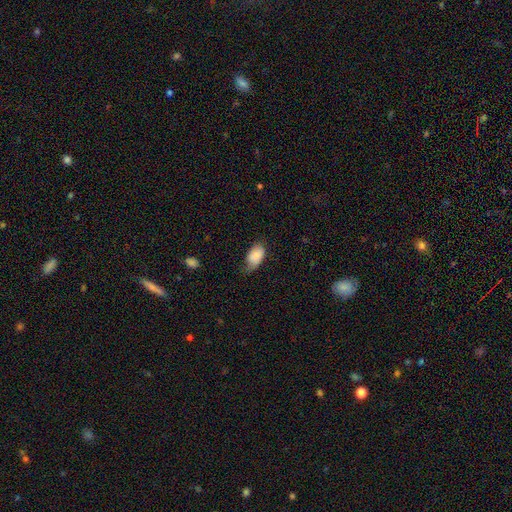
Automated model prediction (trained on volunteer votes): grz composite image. It shows a smooth galaxy with no disk features (83%) that is in between round and cigar-shaped (93%). Merging: none (45%).